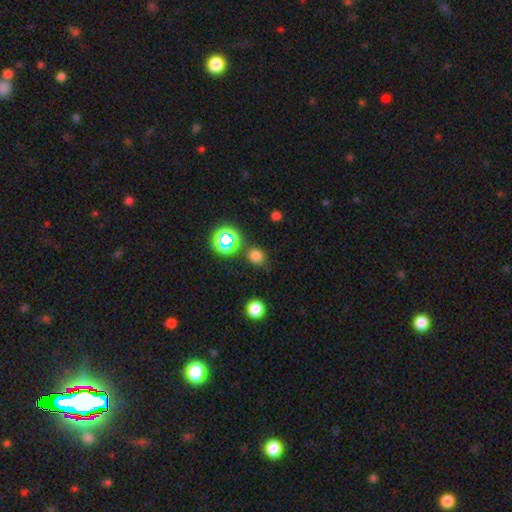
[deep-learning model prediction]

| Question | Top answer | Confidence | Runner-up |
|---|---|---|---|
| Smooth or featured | smooth | 72% | star or artifact (23%) |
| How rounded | round | 74% | in between (25%) |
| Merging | none | 77% | minor disturbance (14%) |